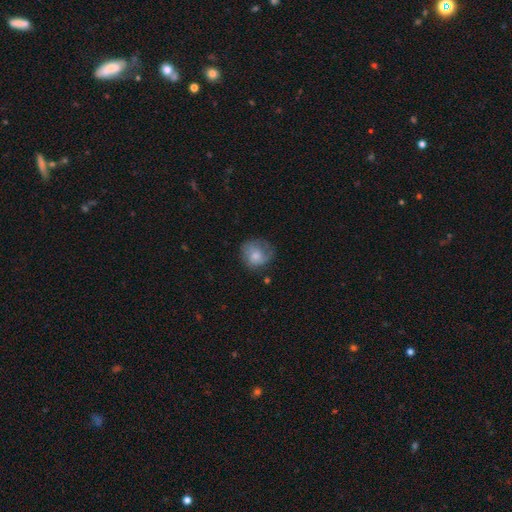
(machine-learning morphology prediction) Smooth or featured? smooth (58%)
How rounded? round (78%)
Merging? none (57%)